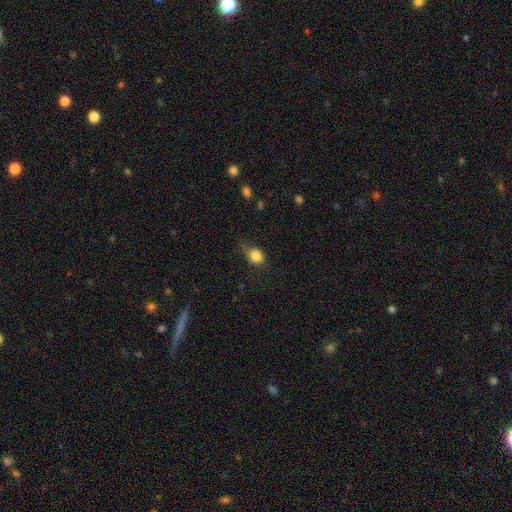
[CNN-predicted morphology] Smooth or featured? Predicted: smooth (p=0.83). How rounded? Predicted: in between (p=0.54). Merging? Predicted: none (p=0.54).